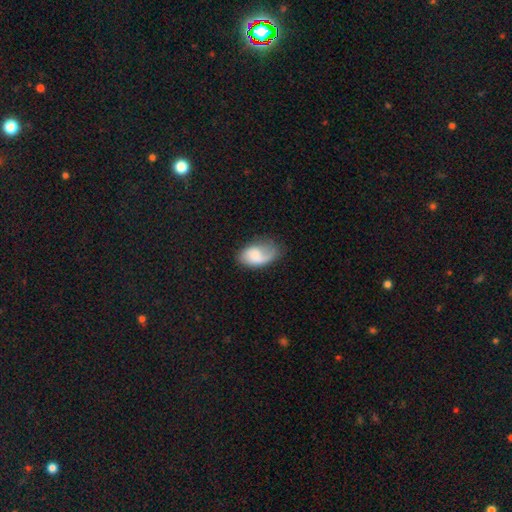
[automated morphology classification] Smooth or featured? Predicted: smooth (p=0.64). How rounded? Predicted: in between (p=0.90). Merging? Predicted: none (p=0.41).